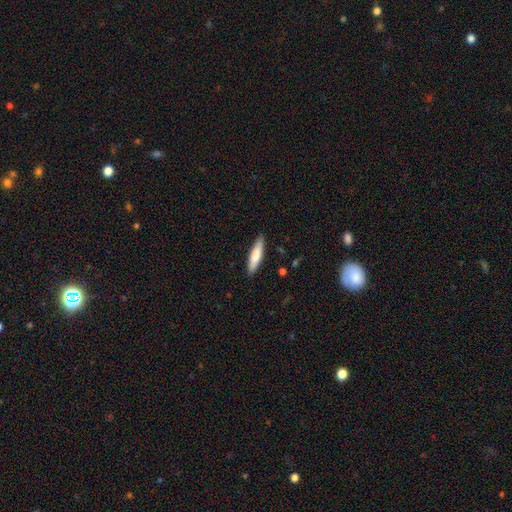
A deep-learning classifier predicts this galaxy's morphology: smooth-or-featured: smooth: 76% | featured or disk: 19% | star or artifact: 5%
  how-rounded: cigar-shaped: 77% | in between: 22% | round: 1%
  merging: none: 89% | minor disturbance: 8% | major disturbance: 2% | merger: 1%